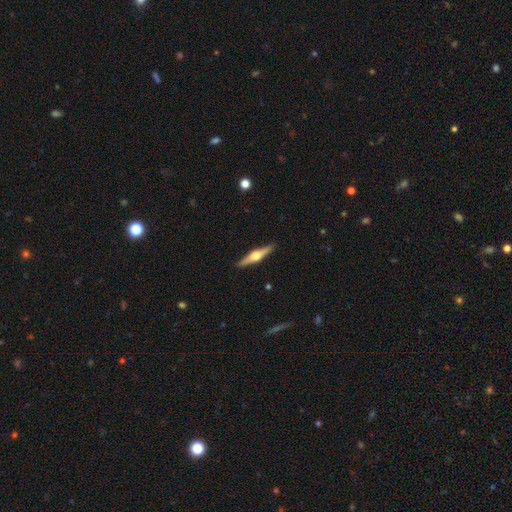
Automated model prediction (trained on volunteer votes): Smooth or featured: featured or disk — 73% (smooth — 22%)
Edge-on disk: yes — 98% (no — 2%)
Edge-on bulge: rounded — 95% (boxy — 3%)
Merging: none — 91% (minor disturbance — 6%)